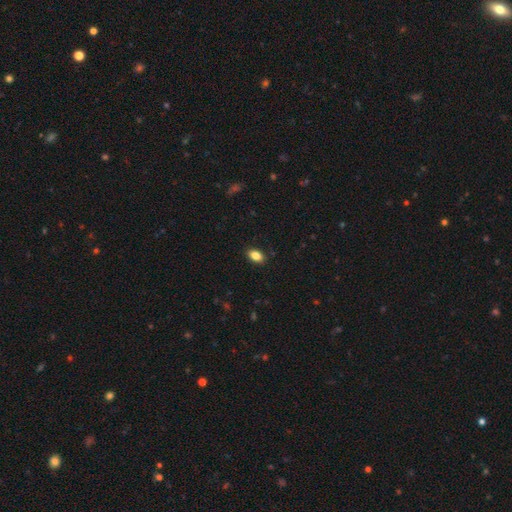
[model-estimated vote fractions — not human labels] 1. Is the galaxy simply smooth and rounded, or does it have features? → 85% smooth, 9% star or artifact, 6% featured or disk.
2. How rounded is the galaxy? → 87% in between, 11% round, 2% cigar-shaped.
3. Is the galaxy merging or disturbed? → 88% none, 9% minor disturbance, 2% major disturbance, 1% merger.